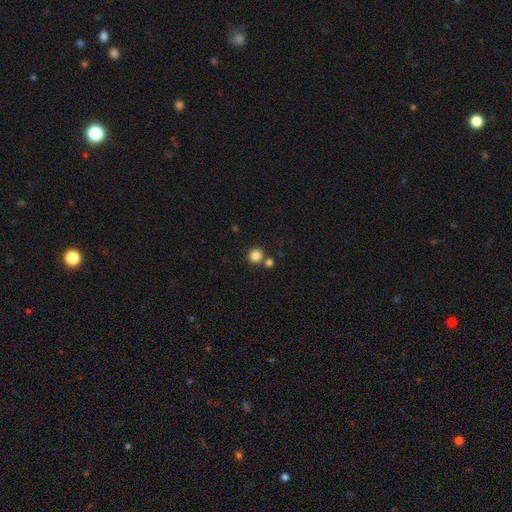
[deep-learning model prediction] Morphology: type=smooth (85%); roundness=round (91%); merging=none (74%).